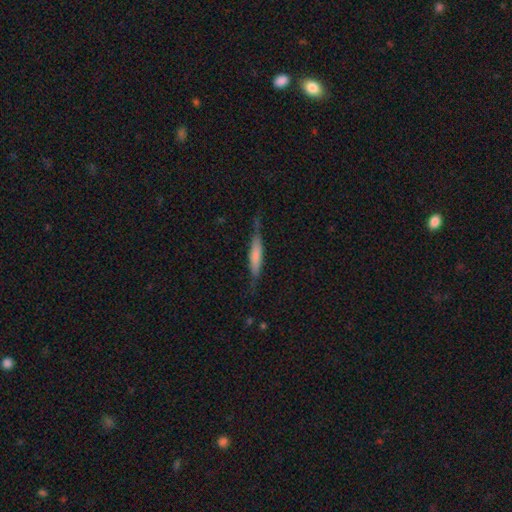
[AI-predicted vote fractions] This is possibly a smooth galaxy (57%). How rounded: clearly cigar-shaped (86%). Merging: likely none (69%).